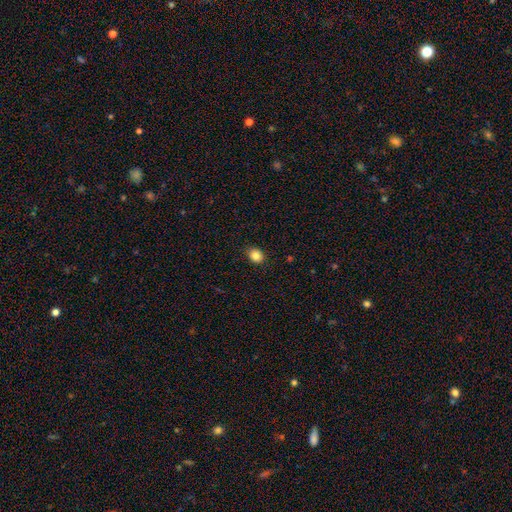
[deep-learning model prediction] A smooth galaxy with no disk features (85%) that is round (53%). Merging: none (89%).